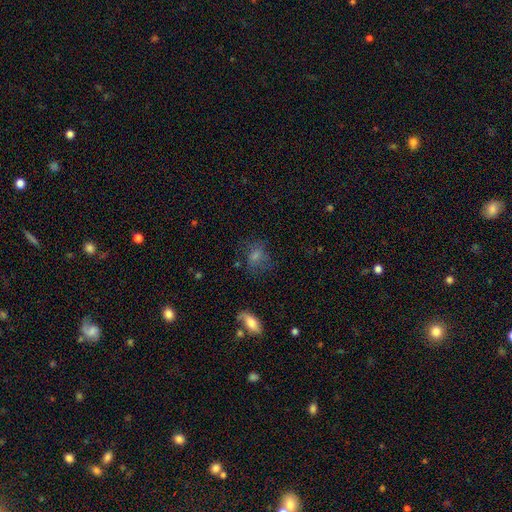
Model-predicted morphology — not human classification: Overall: smooth (52%; featured or disk 24%). How rounded: round (54%; in between 44%). Merging: none (66%).